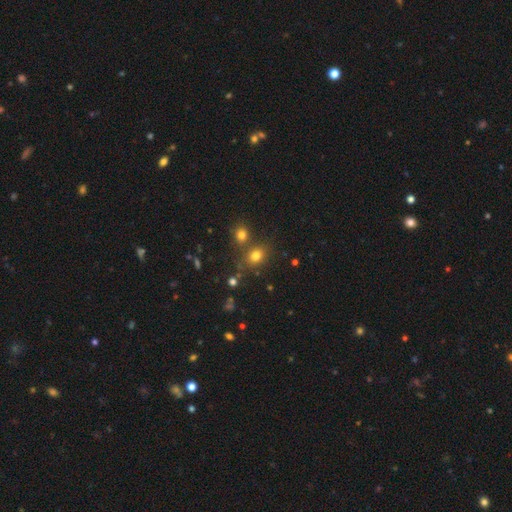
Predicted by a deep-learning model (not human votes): Morphology: type=smooth (75%); roundness=round (54%); merging=none (65%).